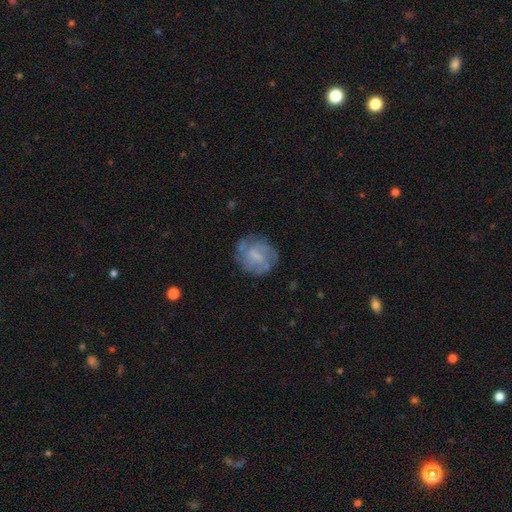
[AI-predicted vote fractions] Smooth or featured: featured or disk — 49% (smooth — 43%)
Merging: none — 67% (minor disturbance — 20%)